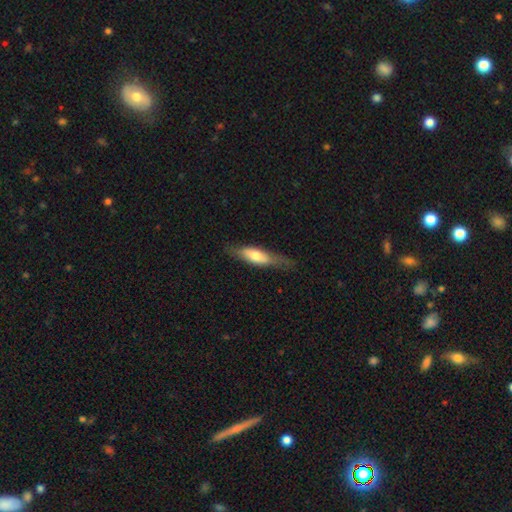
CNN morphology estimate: Overall: smooth (58%; featured or disk 36%). How rounded: cigar-shaped (54%; in between 44%). Merging: none (67%).